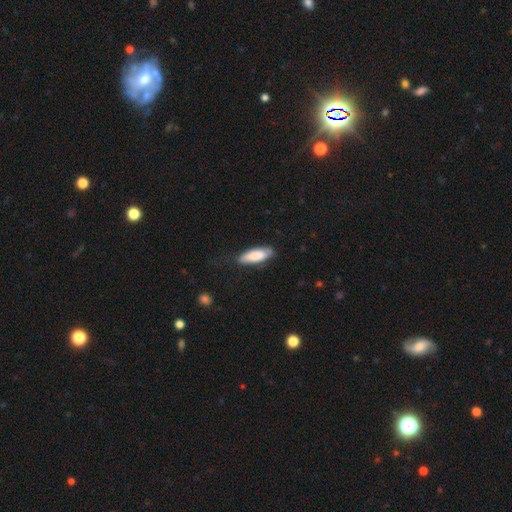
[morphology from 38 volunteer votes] Smooth or featured: smooth — 87% (featured or disk — 11%)
How rounded: in between — 61% (cigar-shaped — 39%)
Merging: none — 68% (minor disturbance — 22%)